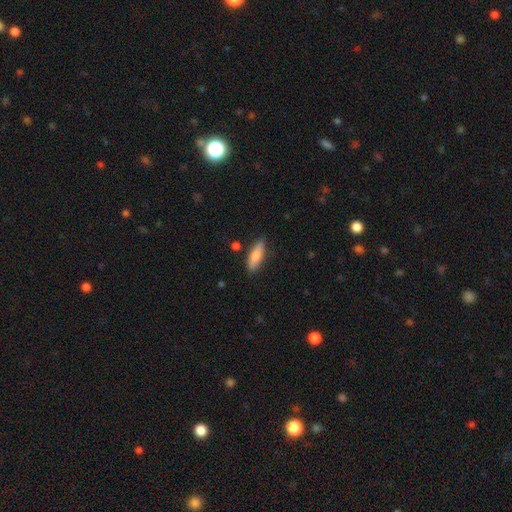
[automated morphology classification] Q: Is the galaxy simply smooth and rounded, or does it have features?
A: smooth — 77%.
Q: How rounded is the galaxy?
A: in between — 50%.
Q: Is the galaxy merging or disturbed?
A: none — 83%.